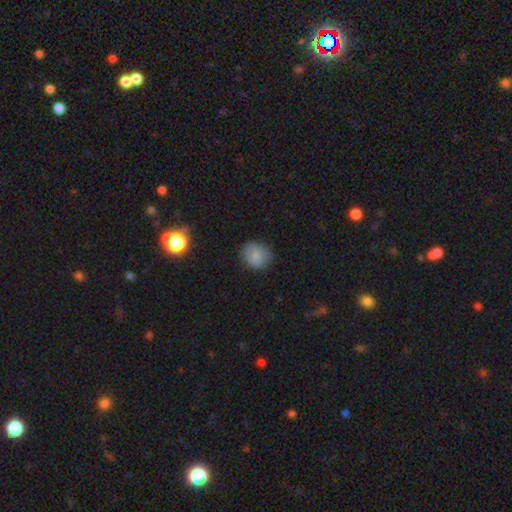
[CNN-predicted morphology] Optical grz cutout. It shows a smooth galaxy with no disk features (81%) that is round (71%). Merging: none (82%).